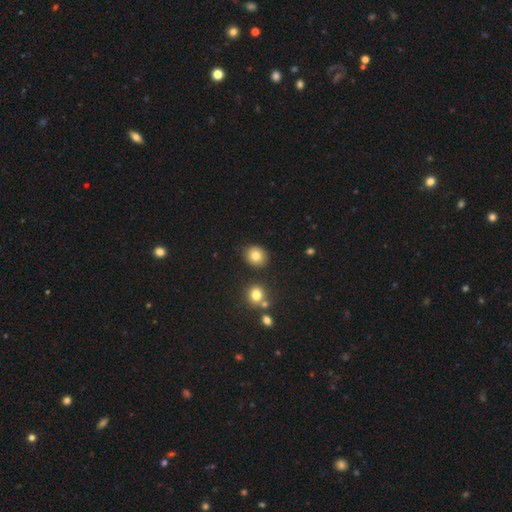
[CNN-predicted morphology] Smooth or featured? Predicted: smooth (p=0.80). How rounded? Predicted: round (p=0.80). Merging? Predicted: none (p=0.86).